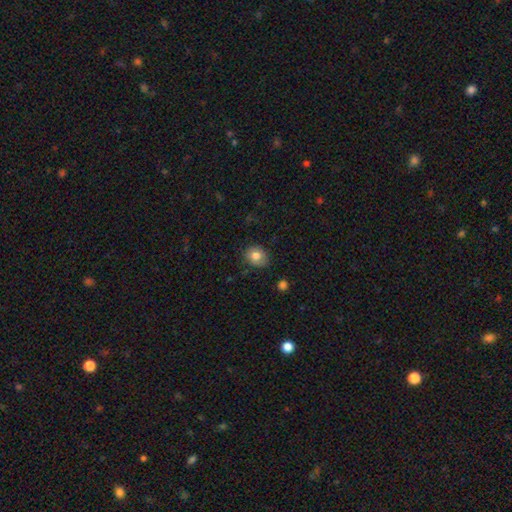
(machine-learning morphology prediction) The model was most divided on "how rounded": round: 64%, in between: 35%, cigar-shaped: 1%. More confident: smooth or featured — smooth (81%); merging — none (80%).